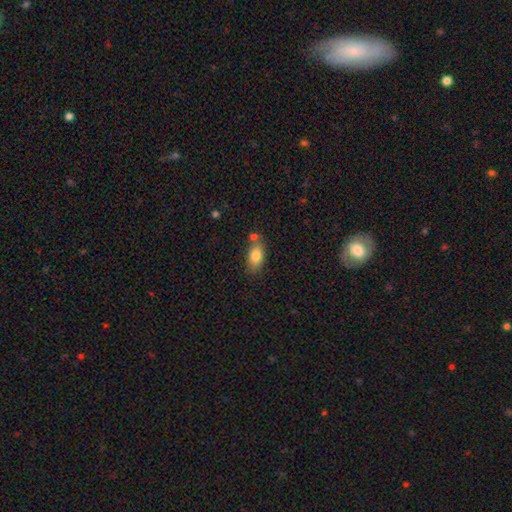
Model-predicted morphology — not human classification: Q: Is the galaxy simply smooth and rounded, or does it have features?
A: smooth — 82%.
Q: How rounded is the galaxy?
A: in between — 88%.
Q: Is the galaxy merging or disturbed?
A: none — 66%.